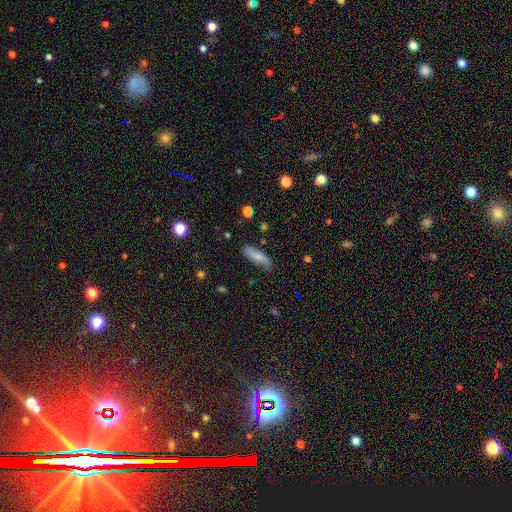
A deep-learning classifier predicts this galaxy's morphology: Q: Smooth or featured?
A: smooth (56%); runner-up: featured or disk (26%)
Q: How rounded?
A: cigar-shaped (60%); runner-up: in between (36%)
Q: Merging?
A: none (79%); runner-up: minor disturbance (15%)